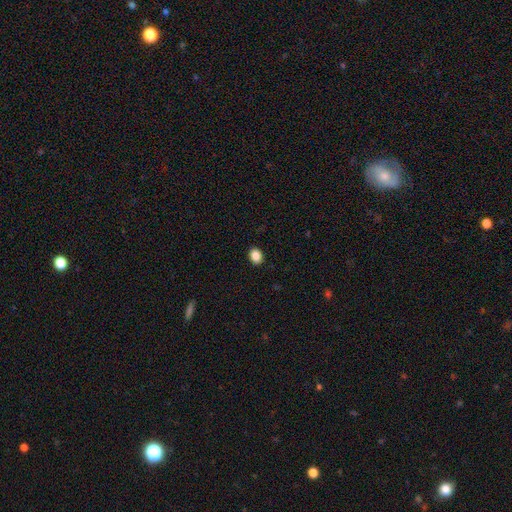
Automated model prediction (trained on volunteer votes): Smooth or featured? Predicted: smooth (p=0.88). How rounded? Predicted: in between (p=0.54). Merging? Predicted: none (p=0.91).